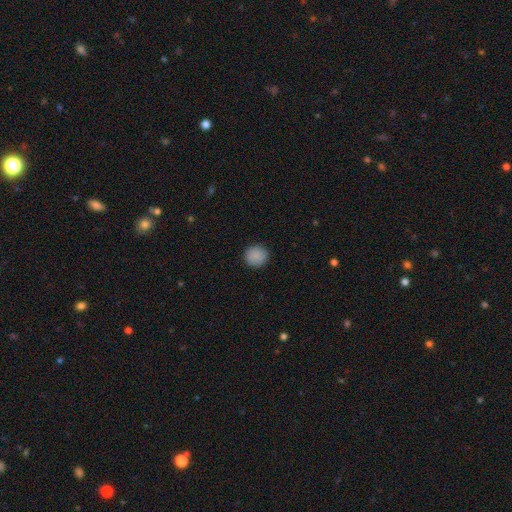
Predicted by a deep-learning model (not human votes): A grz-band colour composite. It shows a smooth galaxy with no disk features (89%) that is round (93%). Merging: none (91%).